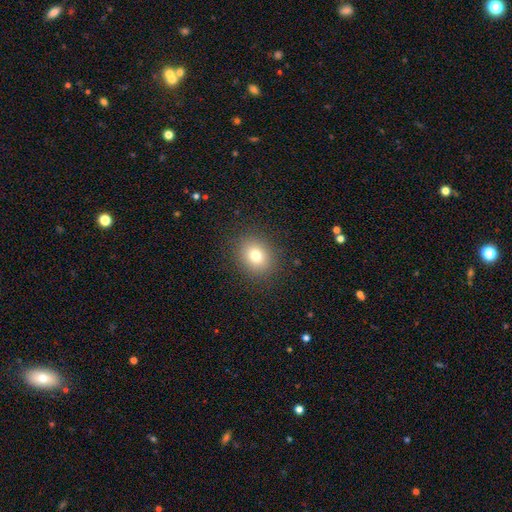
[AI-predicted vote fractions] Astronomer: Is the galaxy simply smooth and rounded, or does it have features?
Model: smooth — 76%.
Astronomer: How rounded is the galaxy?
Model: round — 66%.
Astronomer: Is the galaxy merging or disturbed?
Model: none — 88%.